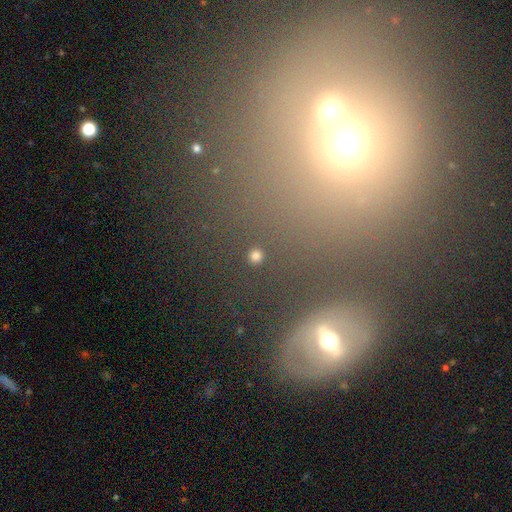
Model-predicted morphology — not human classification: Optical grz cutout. It shows a smooth galaxy with no disk features (78%) that is round (94%). Merging: none (91%).